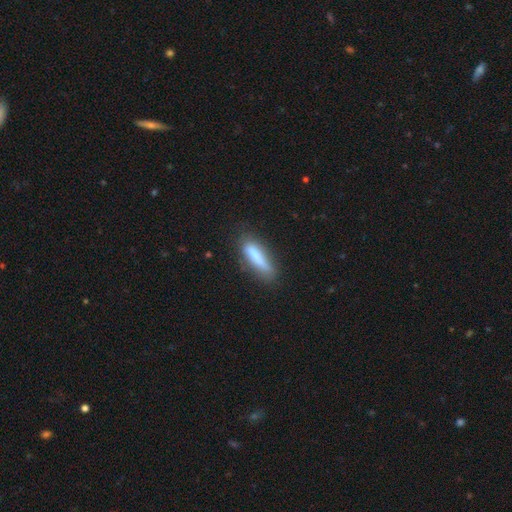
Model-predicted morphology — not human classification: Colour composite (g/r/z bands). It shows a smooth galaxy with no disk features (72%) that is cigar-shaped (72%). Merging: none (64%).